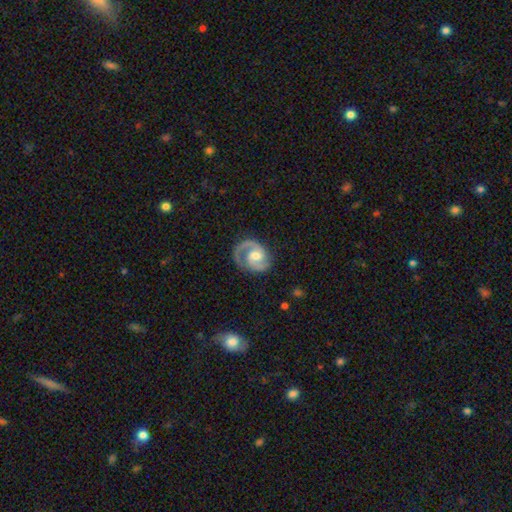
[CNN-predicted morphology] Smooth or featured? Predicted: featured or disk (p=0.90). Edge-on disk? Predicted: no (p=0.98). Bar? Predicted: no (p=0.47). Spiral arms? Predicted: yes (p=0.98). Spiral winding? Predicted: medium (p=0.54). Spiral arm count? Predicted: 2 (p=0.86). Bulge size? Predicted: moderate (p=0.69). Merging? Predicted: none (p=0.78).